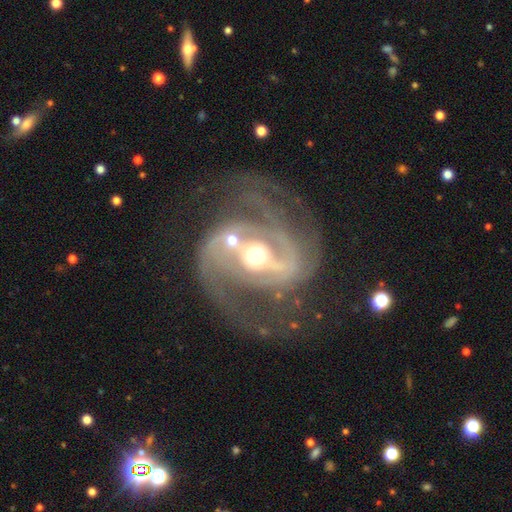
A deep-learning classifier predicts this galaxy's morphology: smooth-or-featured: featured or disk: 89% | star or artifact: 6% | smooth: 5%
  disk-edge-on: no: 97% | yes: 3%
    bar: strong: 38% | weak: 32% | no: 29%
    has-spiral-arms: yes: 95% | no: 5%
      spiral-winding: medium: 49% | tight: 34% | loose: 17%
      spiral-arm-count: 2: 67% | 3: 11% | can't tell: 10% | 1: 5% | 4: 4% | more than 4: 3%
    bulge-size: moderate: 71% | small: 15% | large: 11% | dominant: 1% | none: 1%
  merging: none: 55% | major disturbance: 18% | minor disturbance: 18% | merger: 9%